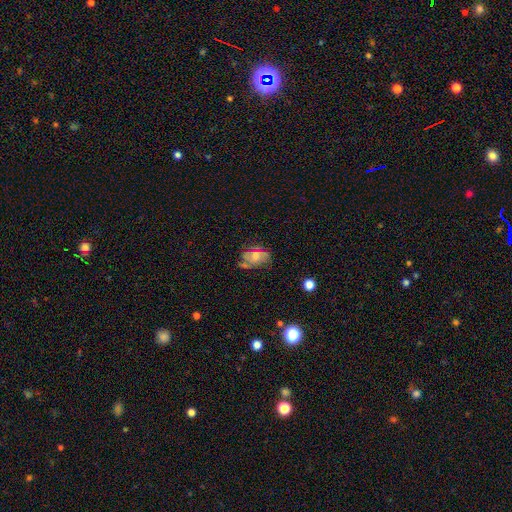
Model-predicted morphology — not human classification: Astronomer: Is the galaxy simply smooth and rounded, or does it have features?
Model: featured or disk — 48% (runner-up: smooth, 38%).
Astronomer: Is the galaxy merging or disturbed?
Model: none — 51% (runner-up: minor disturbance, 26%).